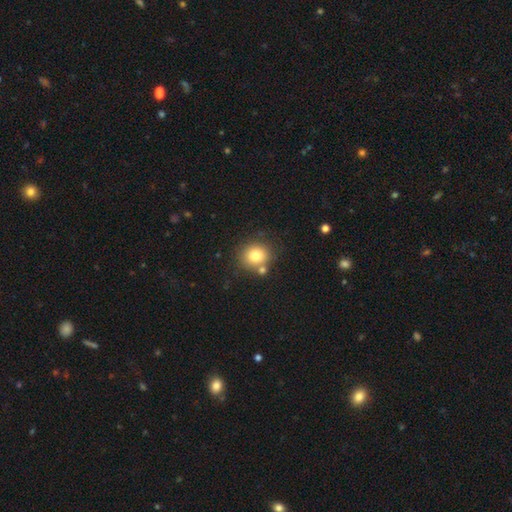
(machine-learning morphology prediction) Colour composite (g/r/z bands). It shows a smooth galaxy with no disk features (78%) that is round (80%). Merging: none (70%).